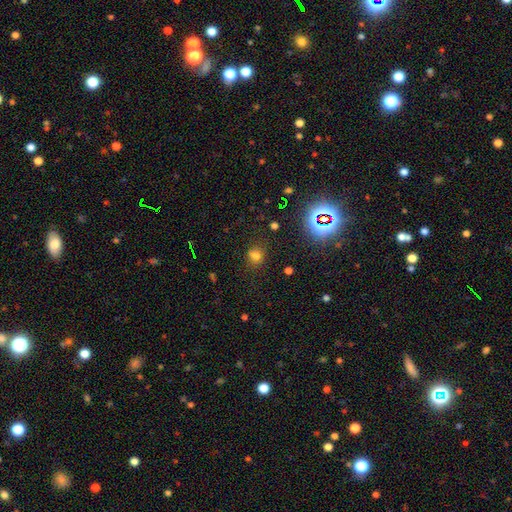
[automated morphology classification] type=smooth (66%); roundness=round (76%); merging=none (76%).